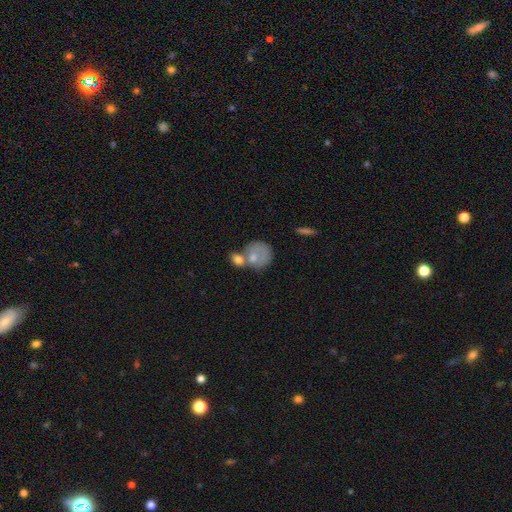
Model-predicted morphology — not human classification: A smooth galaxy with no disk features (70%) that is round (69%).

Vote fractions:
- Smooth or featured? smooth: 70% / featured or disk: 22% / star or artifact: 8%
- How rounded? round: 69% / in between: 29% / cigar-shaped: 1%
- Merging? merger: 48% / none: 29% / minor disturbance: 12% / major disturbance: 10%